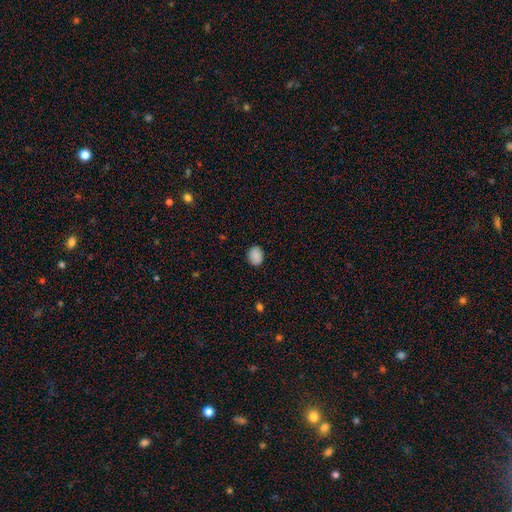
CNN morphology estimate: smooth_or_featured: smooth (p=0.88) [alt: star or artifact p=0.09]
how_rounded: in between (p=0.54) [alt: round p=0.45]
merging: none (p=0.87) [alt: minor disturbance p=0.10]